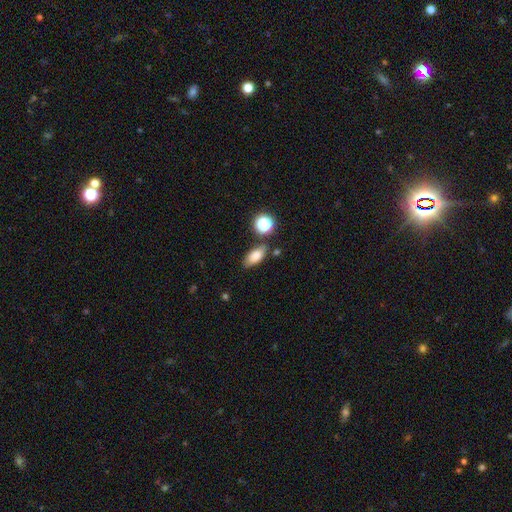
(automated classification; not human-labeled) Overall: smooth (80%). How rounded: in between (83%). Merging: none (73%).